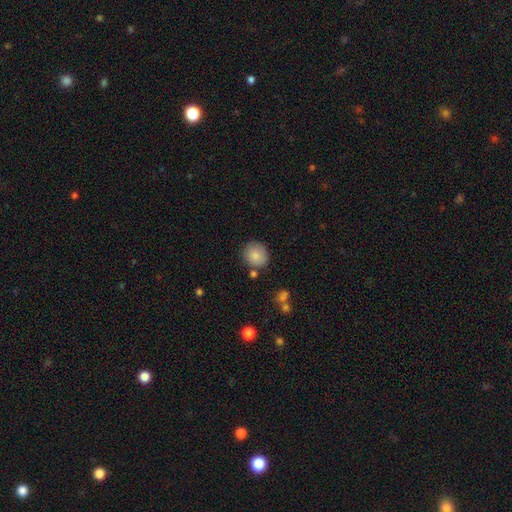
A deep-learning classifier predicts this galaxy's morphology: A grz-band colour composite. It shows a smooth galaxy with no disk features (85%) that is round (86%). Merging: none (79%).